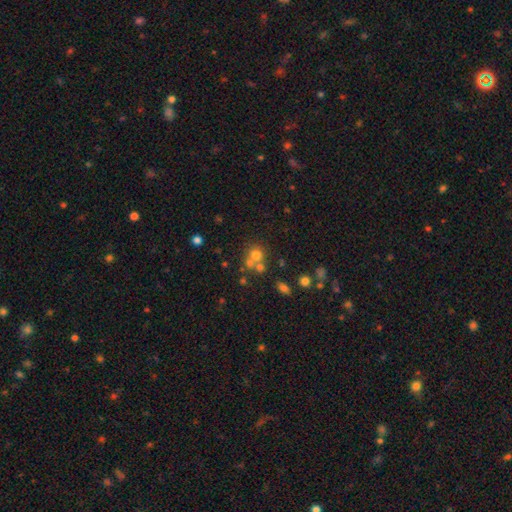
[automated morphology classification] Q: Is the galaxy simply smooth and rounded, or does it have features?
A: smooth — 67%.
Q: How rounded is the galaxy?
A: round — 86%.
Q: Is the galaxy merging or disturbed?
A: none — 49%.